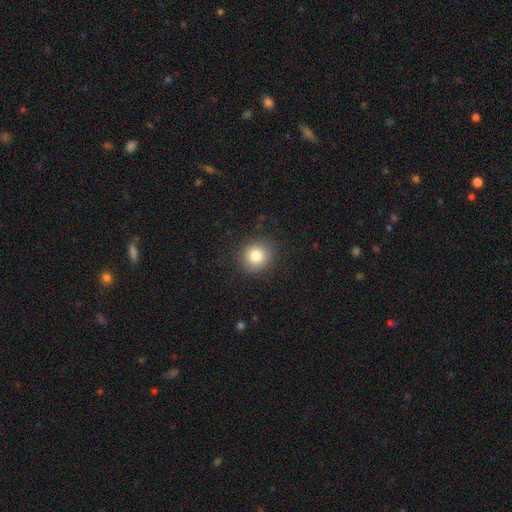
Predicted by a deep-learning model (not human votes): smooth 82%, star or artifact 10%, featured or disk 8%. Down the decision tree: how rounded — round (86%); merging — none (88%).